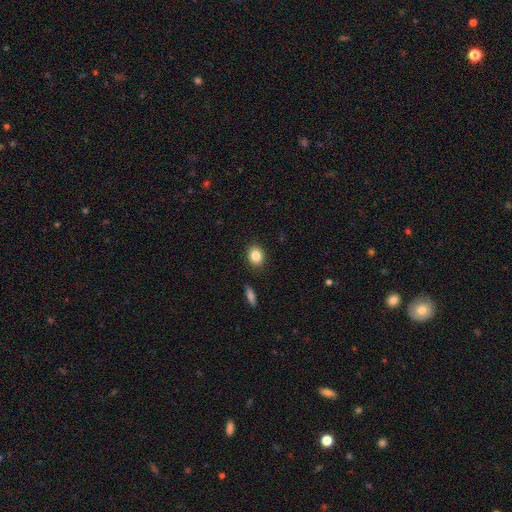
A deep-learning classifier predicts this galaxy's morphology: A smooth galaxy with no disk features (84%) that is round (52%).

Vote fractions:
- Smooth or featured? smooth: 84% / star or artifact: 9% / featured or disk: 7%
- How rounded? round: 52% / in between: 47% / cigar-shaped: 1%
- Merging? none: 89% / minor disturbance: 8% / major disturbance: 2% / merger: 2%